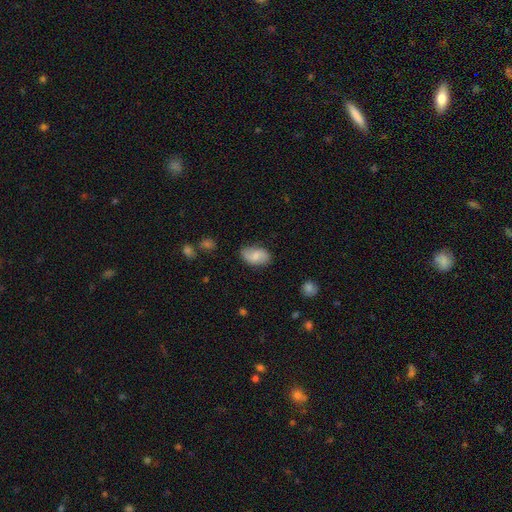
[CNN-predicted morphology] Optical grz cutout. It shows a smooth galaxy with no disk features (71%) that is in between round and cigar-shaped (93%). Merging: none (77%).